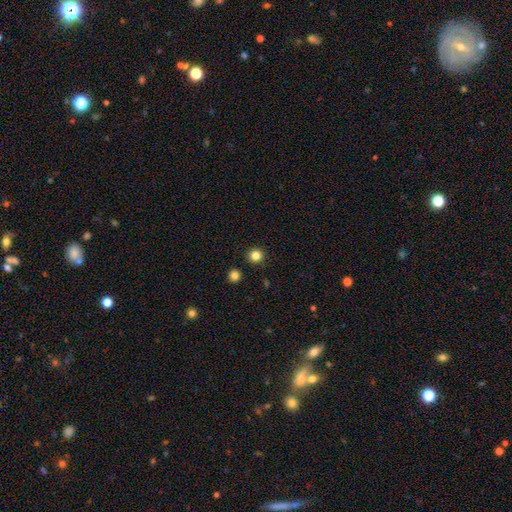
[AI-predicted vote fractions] A smooth galaxy with no disk features (83%) that is round (93%).

Vote fractions:
- Smooth or featured? smooth: 83% / star or artifact: 13% / featured or disk: 4%
- How rounded? round: 93% / in between: 6% / cigar-shaped: 1%
- Merging? none: 92% / minor disturbance: 5% / merger: 2% / major disturbance: 2%